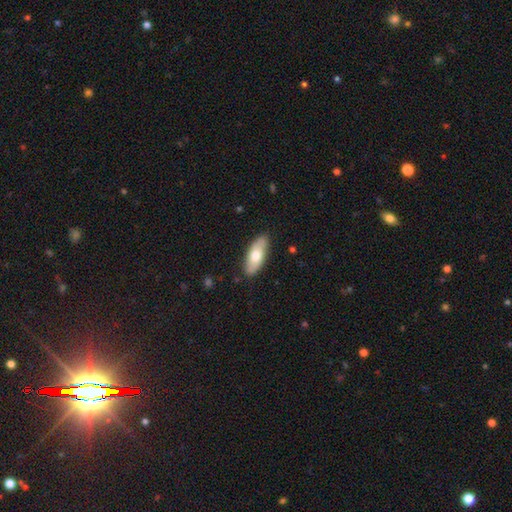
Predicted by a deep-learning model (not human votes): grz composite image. It shows a smooth galaxy with no disk features (70%) that is in between round and cigar-shaped (78%). Merging: none (86%).